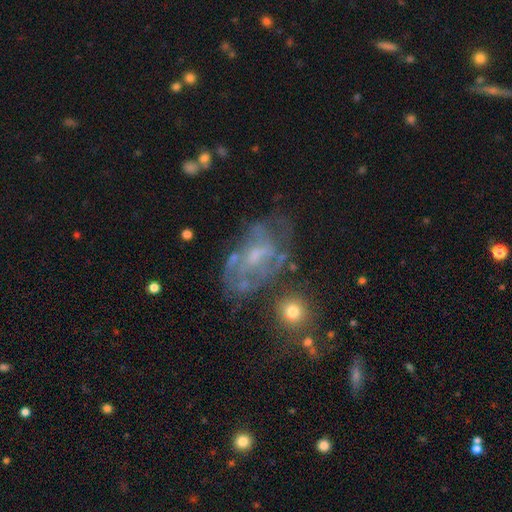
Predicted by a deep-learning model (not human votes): The model was most divided on "spiral arms" (2-way tie): no: 50%, yes: 50%. Remaining: edge-on disk — no (95%); smooth or featured — featured or disk (68%); bar — no (57%); merging — none (48%); bulge size — small (44%).